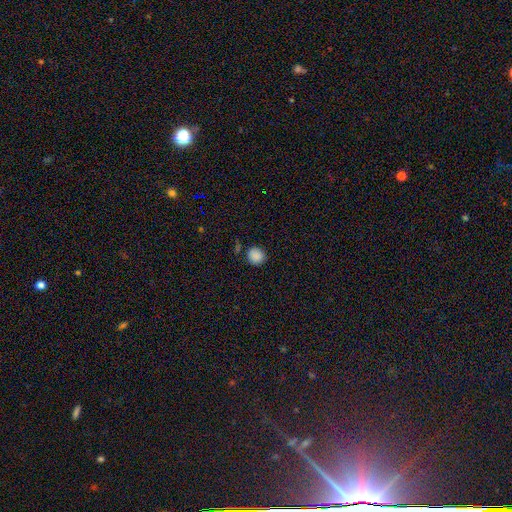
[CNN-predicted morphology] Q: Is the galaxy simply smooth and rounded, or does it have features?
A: smooth — 86%.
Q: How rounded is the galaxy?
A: round — 83%.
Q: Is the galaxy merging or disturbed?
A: none — 81%.